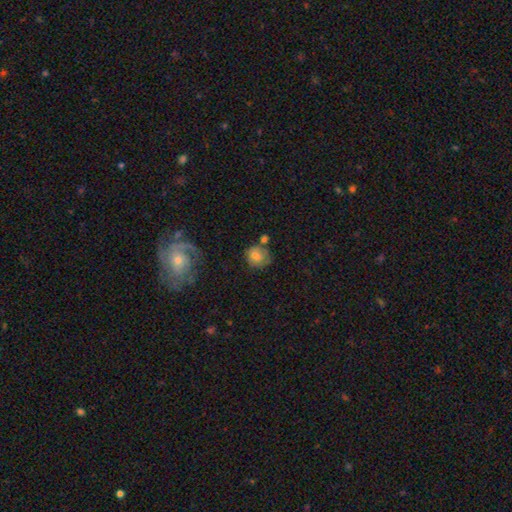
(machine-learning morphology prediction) type=smooth (70%); roundness=round (76%); merging=none (60%).